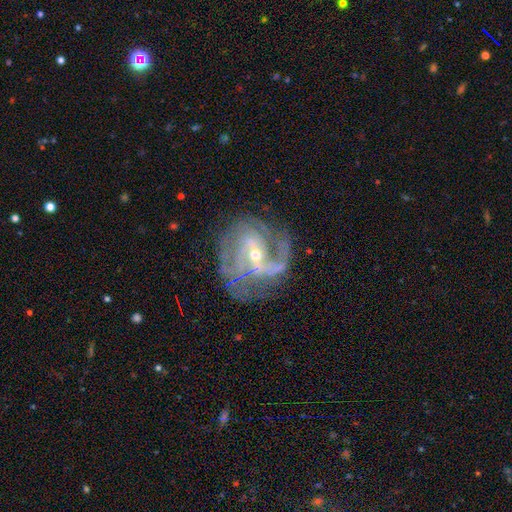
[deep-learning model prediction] Smooth or featured: featured or disk — 87% (star or artifact — 8%)
Edge-on disk: no — 97% (yes — 3%)
Bar: weak — 42% (strong — 33%)
Spiral arms: yes — 93% (no — 7%)
Spiral winding: medium — 46% (tight — 34%)
Spiral arm count: 2 — 47% (can't tell — 20%)
Bulge size: small — 64% (moderate — 32%)
Merging: none — 62% (minor disturbance — 19%)